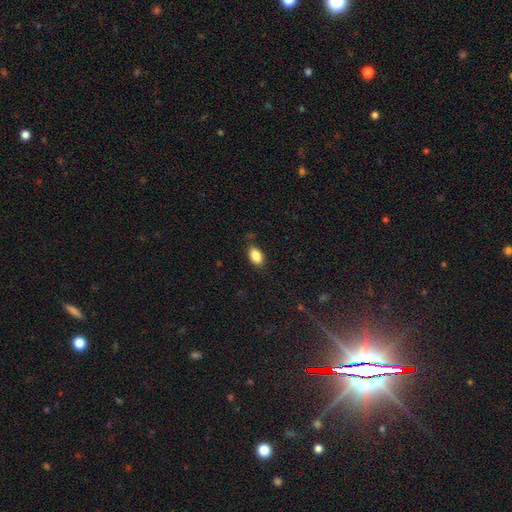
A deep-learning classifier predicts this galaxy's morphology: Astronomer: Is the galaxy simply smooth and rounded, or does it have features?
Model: smooth — 86%.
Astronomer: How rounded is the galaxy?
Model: in between — 90%.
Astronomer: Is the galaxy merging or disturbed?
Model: none — 82%.